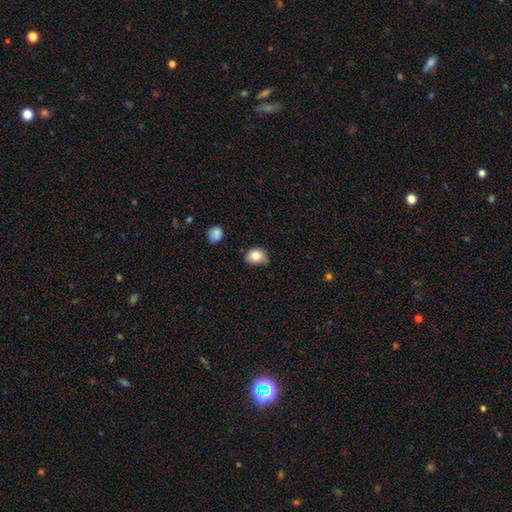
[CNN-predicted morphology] A smooth galaxy with no disk features (82%) that is round (57%). Merging: none (58%).